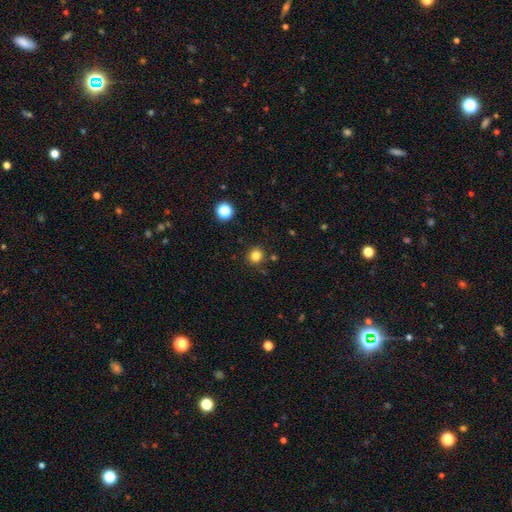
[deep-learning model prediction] Smooth or featured: smooth — 81% (star or artifact — 14%)
How rounded: round — 94% (in between — 5%)
Merging: none — 88% (minor disturbance — 7%)